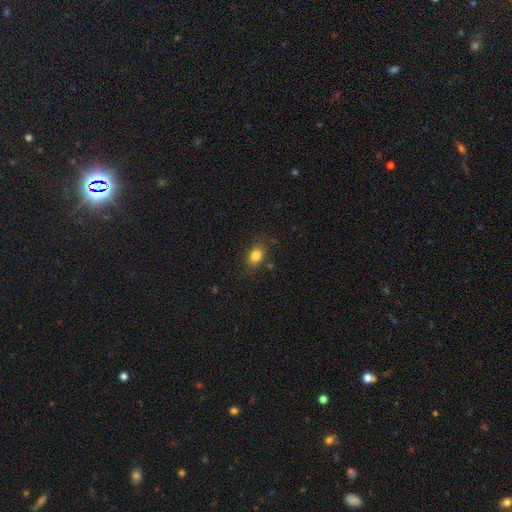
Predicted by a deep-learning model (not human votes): This is clearly a smooth galaxy (82%). How rounded: likely in between (73%). Merging: likely none (79%).